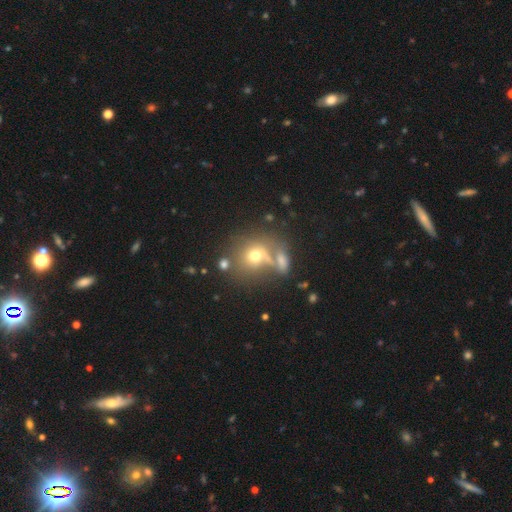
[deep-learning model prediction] This appears to be a smooth galaxy with no disk features (67%) that is round (78%). Merging: none (50%).